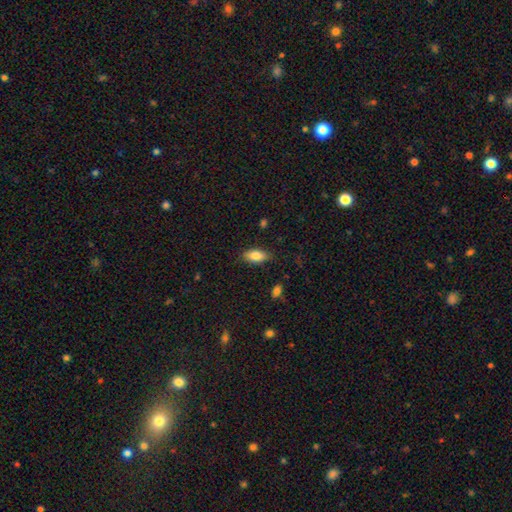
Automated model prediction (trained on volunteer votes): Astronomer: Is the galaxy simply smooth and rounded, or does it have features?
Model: smooth — 83%.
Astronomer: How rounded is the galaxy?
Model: in between — 88%.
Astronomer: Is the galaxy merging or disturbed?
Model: none — 83%.